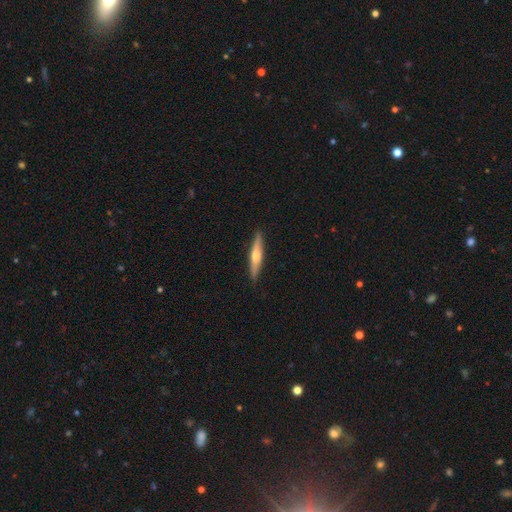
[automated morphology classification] A featured or disk galaxy (62%) viewed edge-on (97%) with a rounded central bulge (90%).

Vote fractions:
- Smooth or featured? featured or disk: 62% / smooth: 33% / star or artifact: 6%
- Edge-on disk? yes: 97% / no: 3%
- Edge-on bulge? rounded: 90% / none: 6% / boxy: 5%
- Merging? none: 91% / minor disturbance: 7% / major disturbance: 1% / merger: 1%